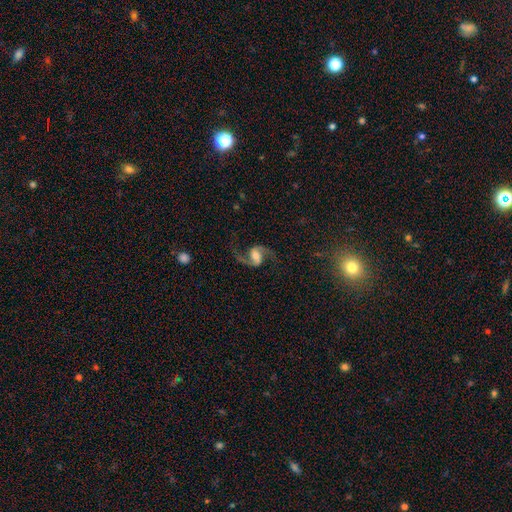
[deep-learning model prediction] Q: Smooth or featured?
A: featured or disk (90%); runner-up: star or artifact (5%)
Q: Edge-on disk?
A: no (98%); runner-up: yes (2%)
Q: Bar?
A: weak (44%); runner-up: no (31%)
Q: Spiral arms?
A: yes (98%); runner-up: no (2%)
Q: Spiral winding?
A: loose (58%); runner-up: medium (36%)
Q: Spiral arm count?
A: 2 (94%); runner-up: 1 (1%)
Q: Bulge size?
A: moderate (58%); runner-up: small (25%)
Q: Merging?
A: none (79%); runner-up: minor disturbance (12%)